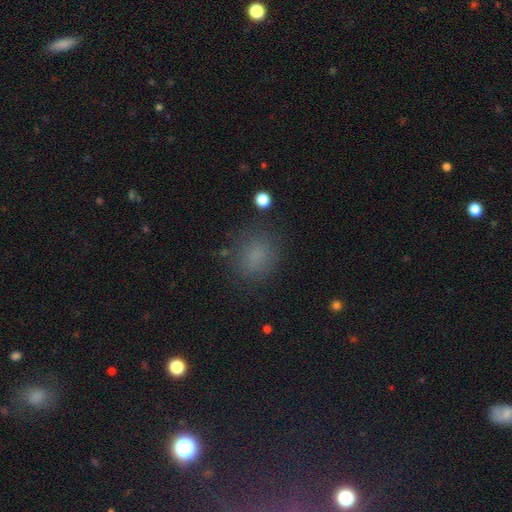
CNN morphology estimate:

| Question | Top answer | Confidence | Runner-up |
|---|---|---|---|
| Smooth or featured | smooth | 76% | star or artifact (17%) |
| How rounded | round | 68% | in between (30%) |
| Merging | none | 81% | minor disturbance (12%) |